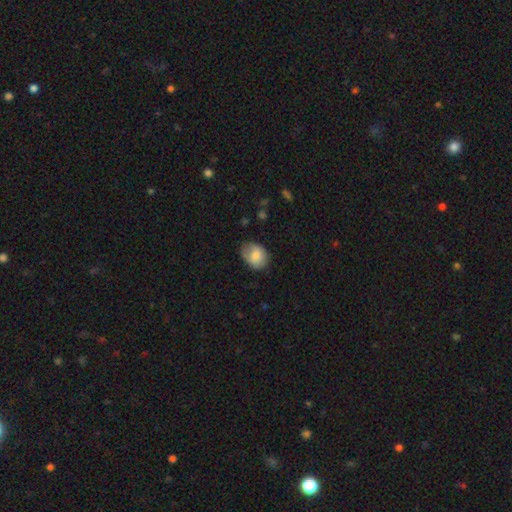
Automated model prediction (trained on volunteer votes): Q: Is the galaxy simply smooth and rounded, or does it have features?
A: smooth — 80%.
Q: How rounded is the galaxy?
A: in between — 66%.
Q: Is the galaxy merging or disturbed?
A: none — 66%.